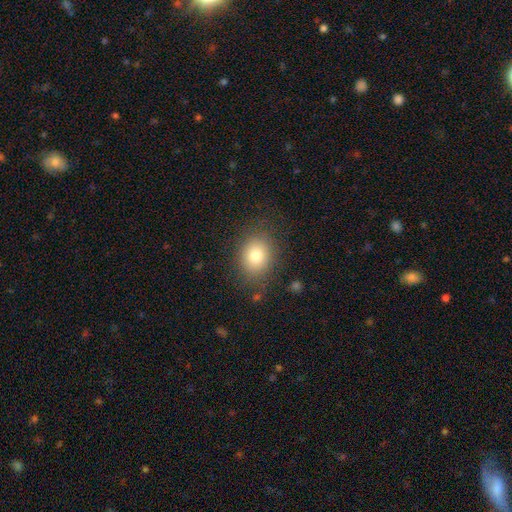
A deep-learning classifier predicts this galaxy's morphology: Q: Smooth or featured?
A: smooth (79%); runner-up: star or artifact (11%)
Q: How rounded?
A: round (56%); runner-up: in between (43%)
Q: Merging?
A: none (83%); runner-up: minor disturbance (11%)